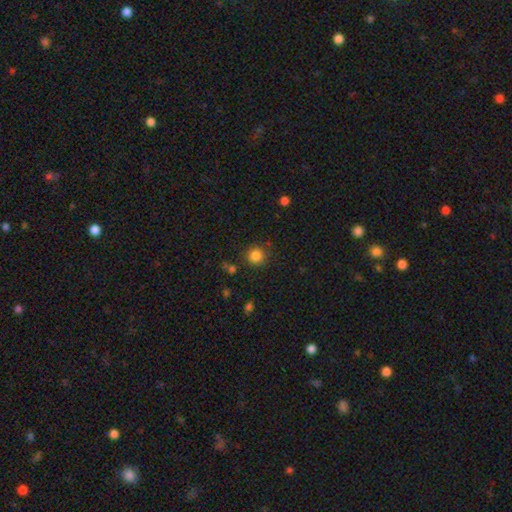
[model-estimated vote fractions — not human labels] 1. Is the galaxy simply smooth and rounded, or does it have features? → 84% smooth, 12% star or artifact, 4% featured or disk.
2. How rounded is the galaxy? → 92% round, 7% in between, 1% cigar-shaped.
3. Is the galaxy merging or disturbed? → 84% none, 10% minor disturbance, 3% merger, 3% major disturbance.